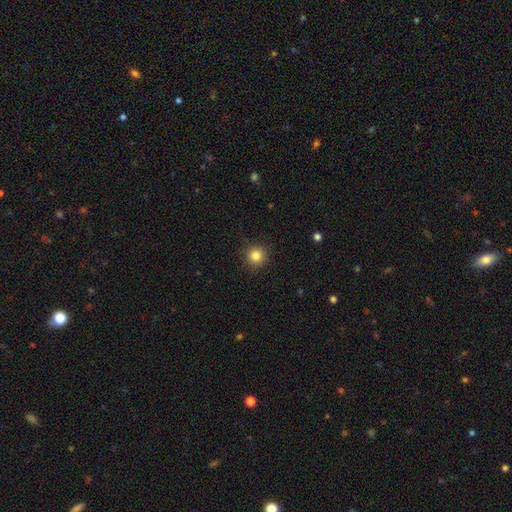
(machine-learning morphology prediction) Smooth or featured? Predicted: smooth (p=0.84). How rounded? Predicted: round (p=0.95). Merging? Predicted: none (p=0.91).